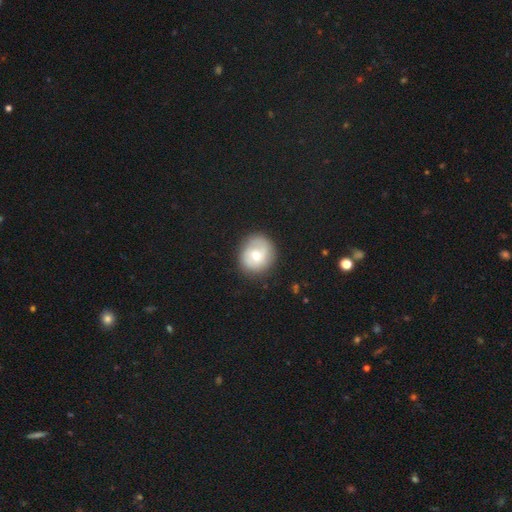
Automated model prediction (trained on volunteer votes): Morphology: type=smooth (54%); roundness=round (79%); merging=none (79%).